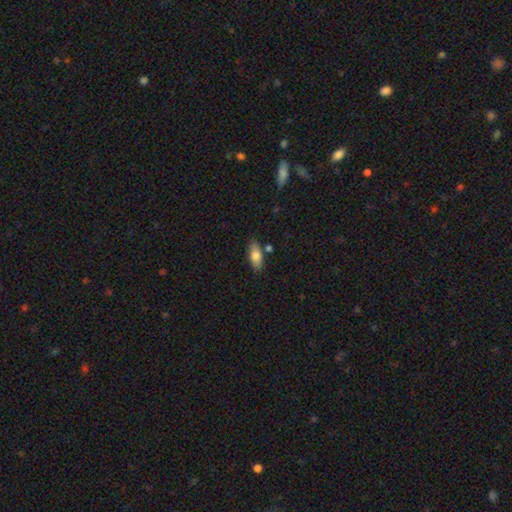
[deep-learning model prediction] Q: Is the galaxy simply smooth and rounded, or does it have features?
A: smooth — 78%.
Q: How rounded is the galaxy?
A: in between — 81%.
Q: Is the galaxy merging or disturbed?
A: none — 79%.